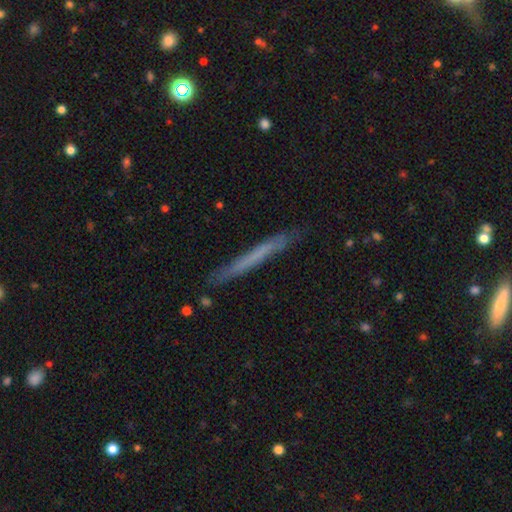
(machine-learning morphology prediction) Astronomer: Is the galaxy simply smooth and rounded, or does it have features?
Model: smooth — 51% (runner-up: featured or disk, 42%).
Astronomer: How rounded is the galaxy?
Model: cigar-shaped — 97%.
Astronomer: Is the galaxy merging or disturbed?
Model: none — 87%.